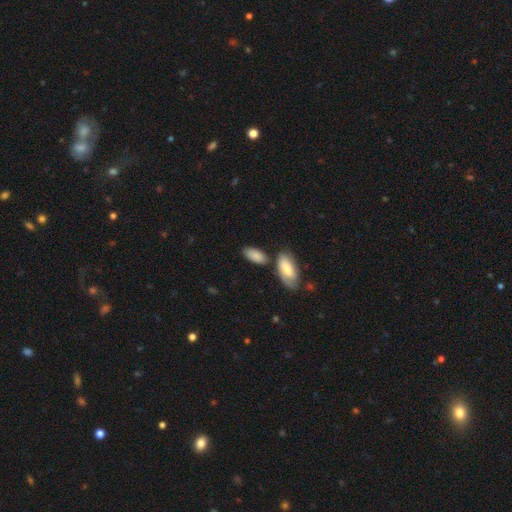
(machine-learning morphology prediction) This appears to be a smooth galaxy with no disk features (83%) that is in between round and cigar-shaped (90%). Merging: none (63%).